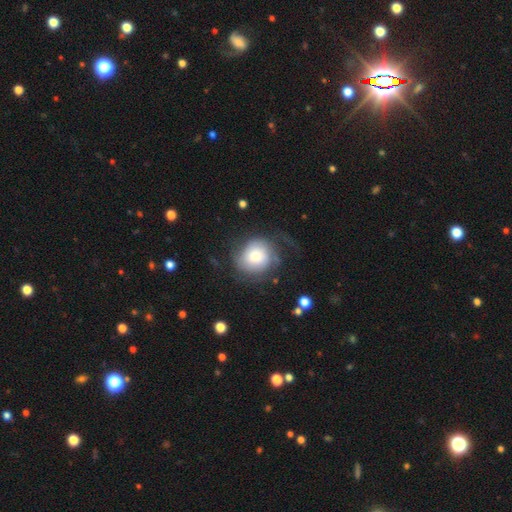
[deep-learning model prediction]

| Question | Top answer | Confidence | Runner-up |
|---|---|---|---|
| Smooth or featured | smooth | 47% | featured or disk (44%) |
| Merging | none | 55% | major disturbance (23%) |